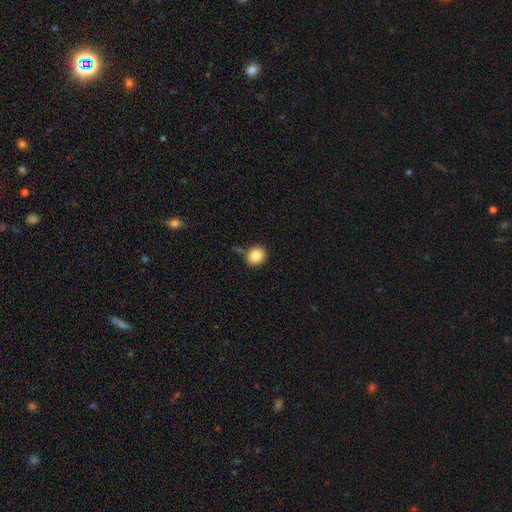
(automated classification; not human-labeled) The model was most divided on "how rounded": round: 83%, in between: 17%, cigar-shaped: 1%. More confident: smooth or featured — smooth (86%); merging — none (81%).